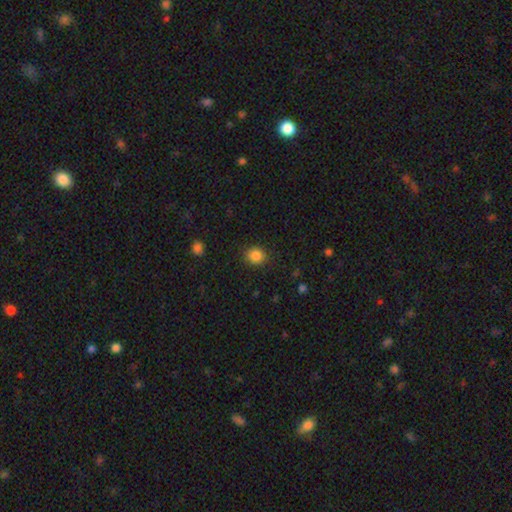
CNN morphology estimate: Q: Smooth or featured?
A: smooth (86%); runner-up: star or artifact (10%)
Q: How rounded?
A: round (78%); runner-up: in between (21%)
Q: Merging?
A: none (88%); runner-up: minor disturbance (9%)